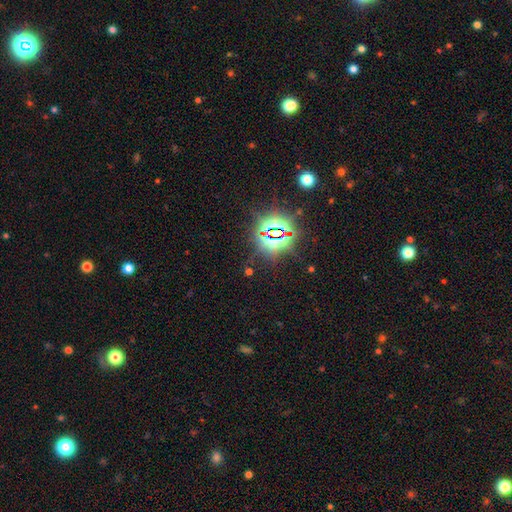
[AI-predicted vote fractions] Morphology: type=star or artifact (83%).